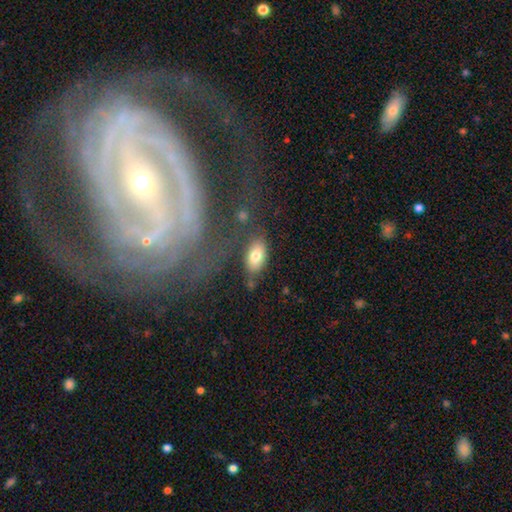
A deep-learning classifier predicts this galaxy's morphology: smooth_or_featured: smooth (p=0.78) [alt: featured or disk p=0.14]
how_rounded: in between (p=0.90) [alt: round p=0.06]
merging: none (p=0.69) [alt: minor disturbance p=0.17]